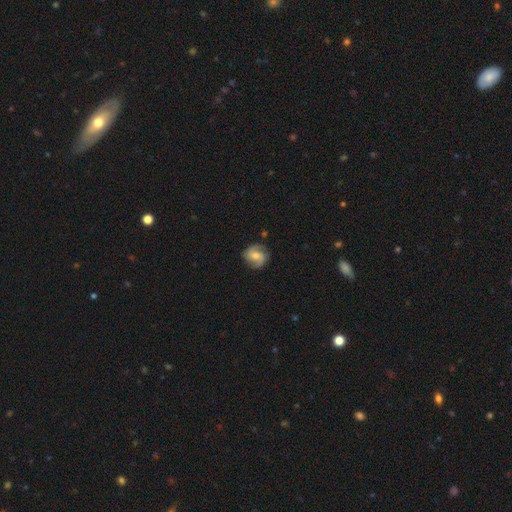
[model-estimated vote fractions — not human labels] This is likely a featured or disk galaxy (66%). It is clearly not viewed edge-on (98%). Bar: possibly no (49%). Spiral arm pattern: clearly yes (94%). Spiral arm count: likely 2 (78%). Spiral winding: possibly medium (47%). Central bulge: possibly moderate (49%). Merging: likely none (78%).